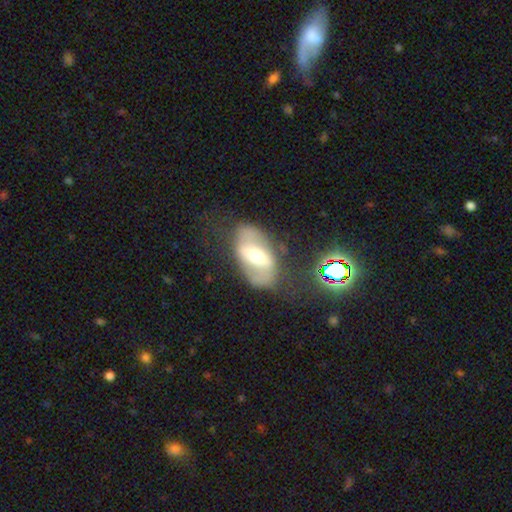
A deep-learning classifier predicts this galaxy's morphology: Smooth or featured? featured or disk (65%)
Edge-on disk? no (91%)
Bar? strong (48%)
Spiral arms? yes (63%)
Bulge size? moderate (61%)
Merging? none (62%)